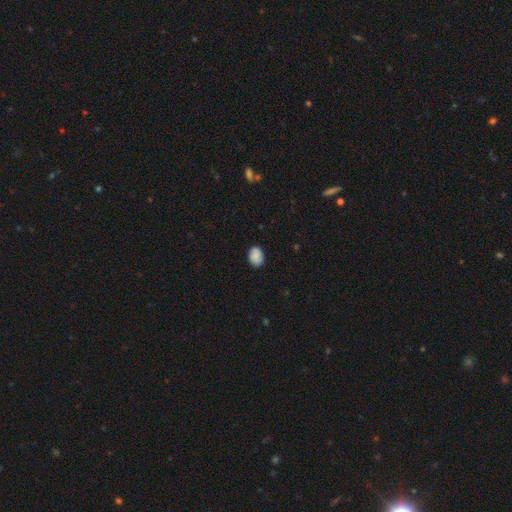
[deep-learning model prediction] smooth_or_featured: smooth (p=0.88) [alt: star or artifact p=0.08]
how_rounded: in between (p=0.72) [alt: round p=0.27]
merging: none (p=0.84) [alt: minor disturbance p=0.13]